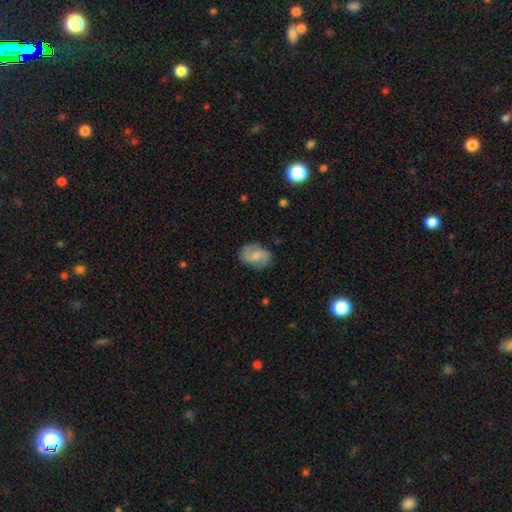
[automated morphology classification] Smooth or featured?
  - featured or disk: 47% *
  - smooth: 45%
  - star or artifact: 7%
Merging?
  - none: 76% *
  - minor disturbance: 17%
  - major disturbance: 5%
  - merger: 1%